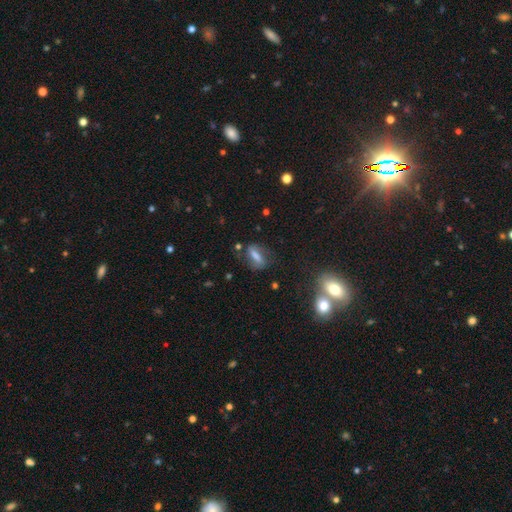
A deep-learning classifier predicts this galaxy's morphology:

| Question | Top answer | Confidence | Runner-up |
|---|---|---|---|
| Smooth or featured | smooth | 53% | featured or disk (33%) |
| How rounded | in between | 56% | cigar-shaped (37%) |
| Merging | none | 64% | minor disturbance (21%) |